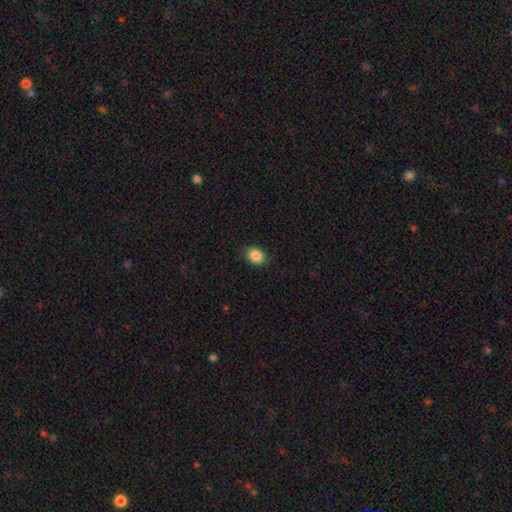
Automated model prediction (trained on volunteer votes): This is clearly a smooth galaxy (87%). How rounded: likely in between (62%). Merging: clearly none (86%).